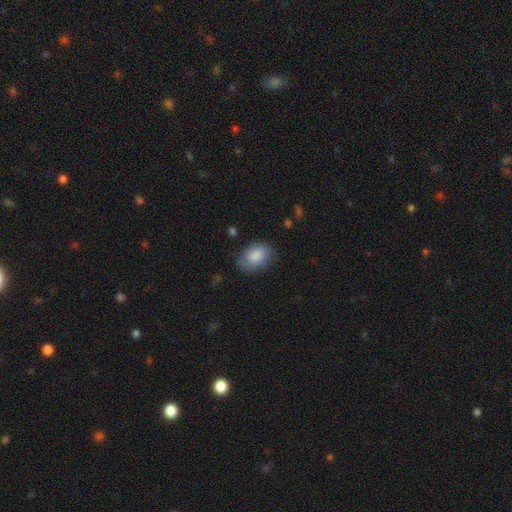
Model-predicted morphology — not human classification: type=smooth (85%); roundness=in between (84%); merging=none (70%).